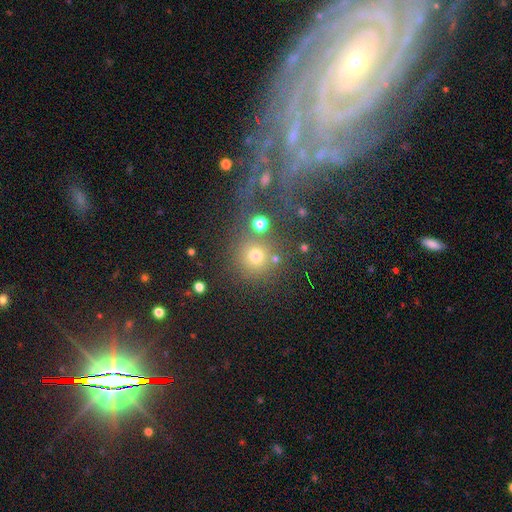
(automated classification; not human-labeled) Smooth or featured: smooth — 70% (star or artifact — 21%)
How rounded: round — 92% (in between — 7%)
Merging: none — 68% (merger — 15%)